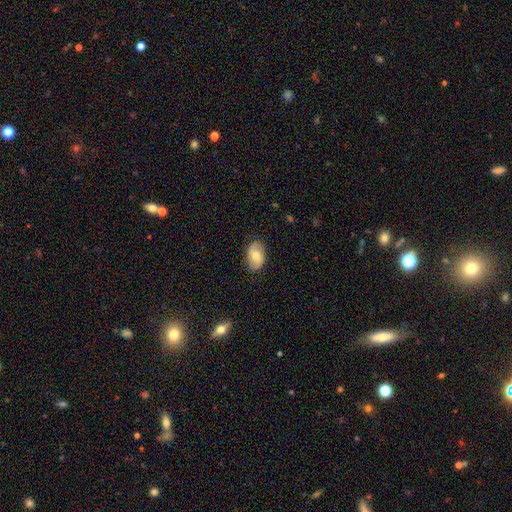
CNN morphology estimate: This is likely a smooth galaxy (64%). How rounded: clearly in between (88%). Merging: clearly none (82%).